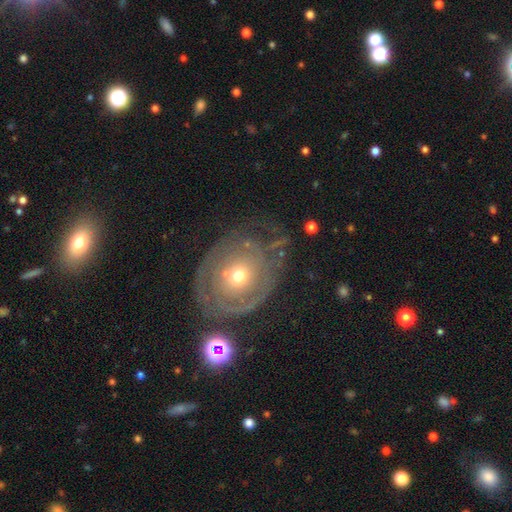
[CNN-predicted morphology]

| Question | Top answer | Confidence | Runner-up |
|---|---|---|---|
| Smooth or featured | featured or disk | 77% | smooth (14%) |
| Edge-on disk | no | 96% | yes (4%) |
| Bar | no | 82% | weak (14%) |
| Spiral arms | yes | 78% | no (22%) |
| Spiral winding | tight | 75% | medium (18%) |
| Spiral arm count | can't tell | 49% | 2 (20%) |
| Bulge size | moderate | 52% | small (44%) |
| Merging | none | 67% | minor disturbance (19%) |